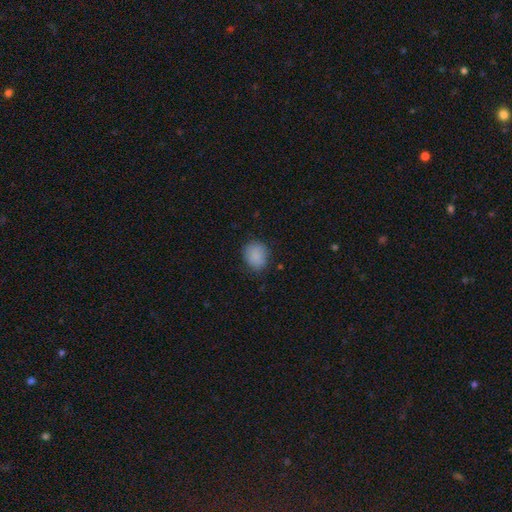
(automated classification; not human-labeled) Smooth or featured? smooth (87%)
How rounded? round (63%)
Merging? none (79%)